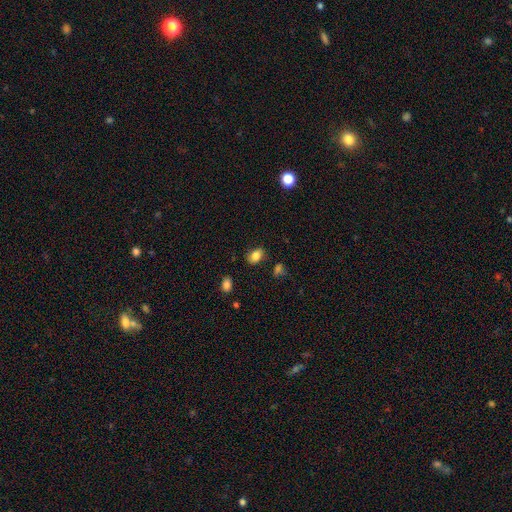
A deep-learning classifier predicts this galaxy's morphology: Q: Smooth or featured?
A: smooth (83%); runner-up: star or artifact (10%)
Q: How rounded?
A: in between (81%); runner-up: round (18%)
Q: Merging?
A: none (80%); runner-up: minor disturbance (14%)